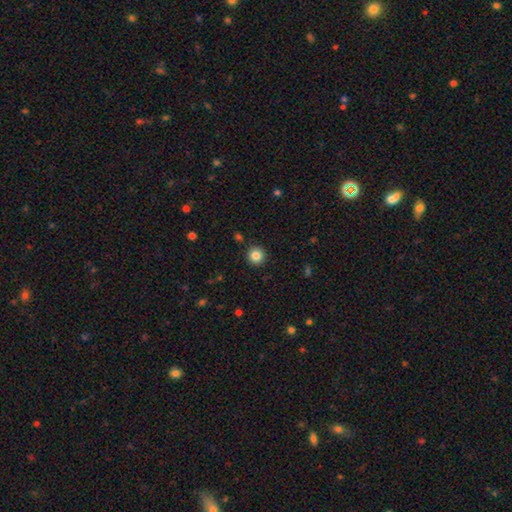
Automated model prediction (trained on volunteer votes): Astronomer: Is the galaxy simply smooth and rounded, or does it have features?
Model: smooth — 84%.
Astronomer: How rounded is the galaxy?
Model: round — 95%.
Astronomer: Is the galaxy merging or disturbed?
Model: none — 92%.